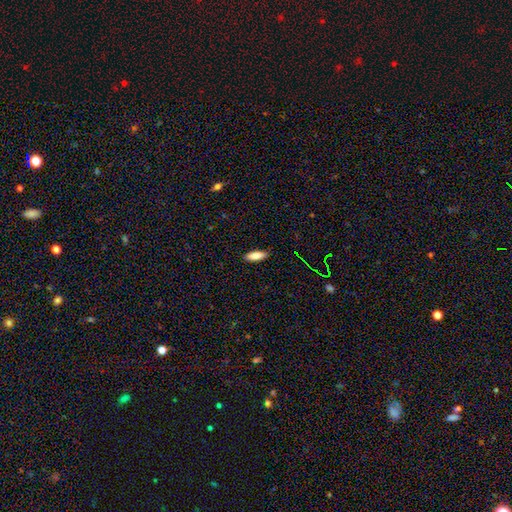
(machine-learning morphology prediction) smooth 84%, featured or disk 9%, star or artifact 7%. Down the decision tree: how rounded — in between (61%); merging — none (88%).